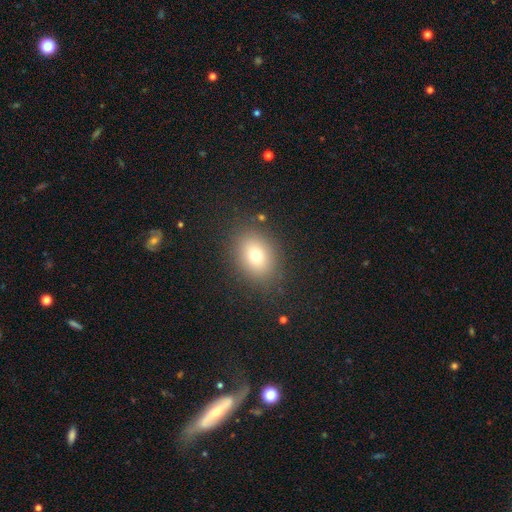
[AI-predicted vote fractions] smooth 75%, star or artifact 13%, featured or disk 11%. Down the decision tree: how rounded — in between (59%); merging — none (85%).